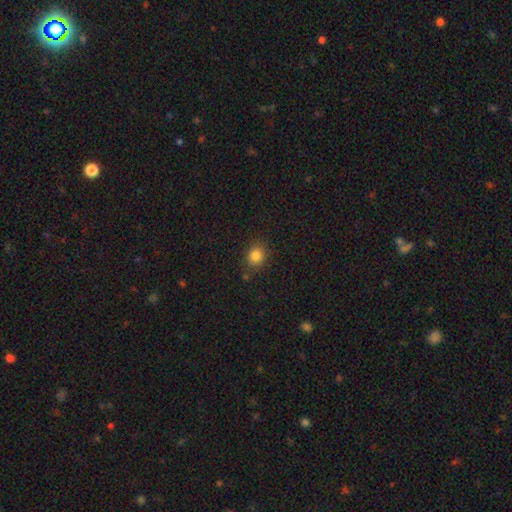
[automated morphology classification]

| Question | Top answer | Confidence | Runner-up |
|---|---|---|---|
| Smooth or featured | smooth | 83% | star or artifact (12%) |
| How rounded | round | 68% | in between (31%) |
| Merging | none | 82% | minor disturbance (12%) |